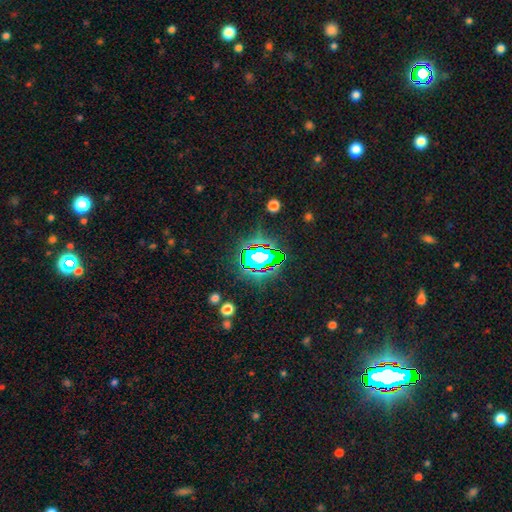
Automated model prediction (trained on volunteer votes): Smooth or featured? star or artifact (70%)